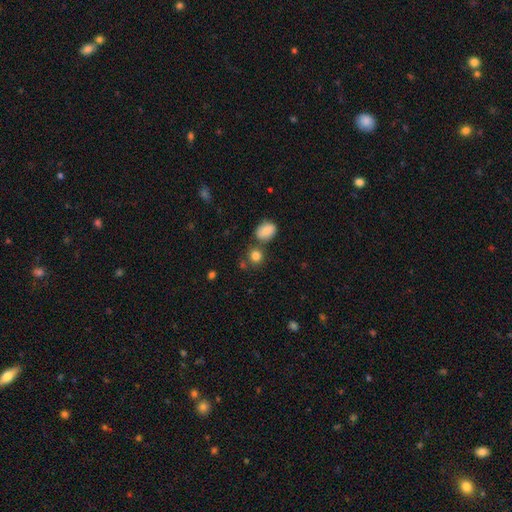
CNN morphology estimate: The model was most divided on "merging": none: 67%, merger: 19%, minor disturbance: 10%, major disturbance: 4%. More confident: smooth or featured — smooth (83%); how rounded — round (77%).